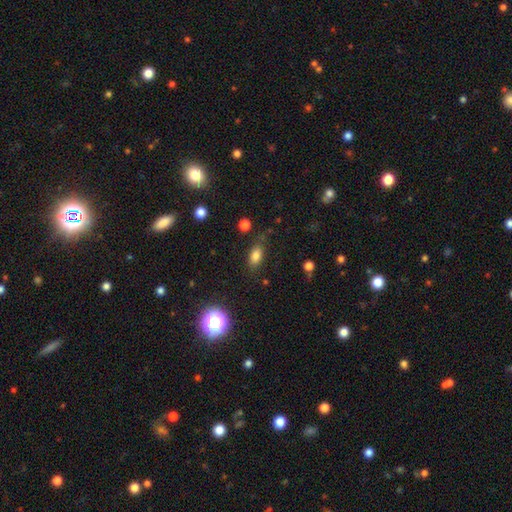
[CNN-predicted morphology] A smooth galaxy with no disk features (79%) that is in between round and cigar-shaped (85%).

Vote fractions:
- Smooth or featured? smooth: 79% / star or artifact: 13% / featured or disk: 8%
- How rounded? in between: 85% / round: 8% / cigar-shaped: 7%
- Merging? none: 76% / minor disturbance: 16% / major disturbance: 5% / merger: 3%